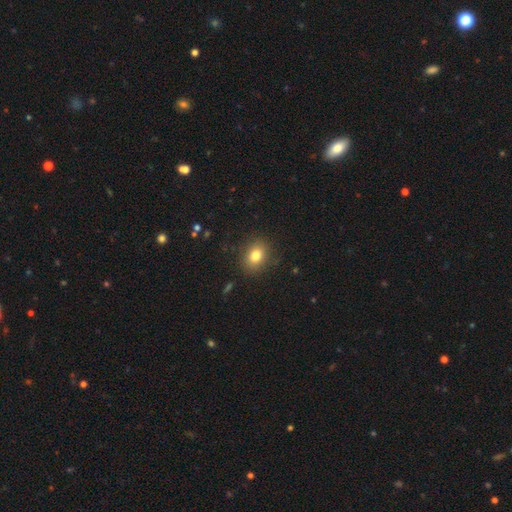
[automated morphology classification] type=smooth (81%); roundness=in between (57%); merging=none (86%).